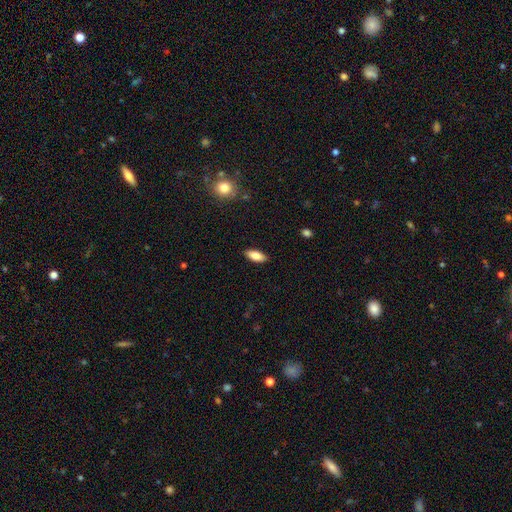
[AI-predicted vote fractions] The model was most divided on "how rounded": in between: 81%, cigar-shaped: 17%, round: 2%. More confident: merging — none (87%); smooth or featured — smooth (83%).